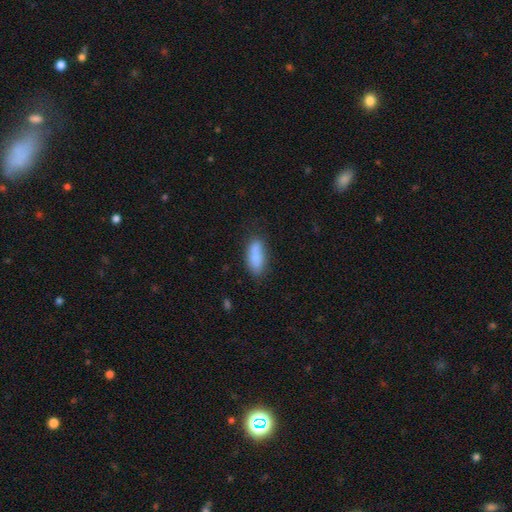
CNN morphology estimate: Smooth or featured: smooth — 81% (featured or disk — 11%)
How rounded: in between — 78% (cigar-shaped — 20%)
Merging: none — 62% (minor disturbance — 22%)